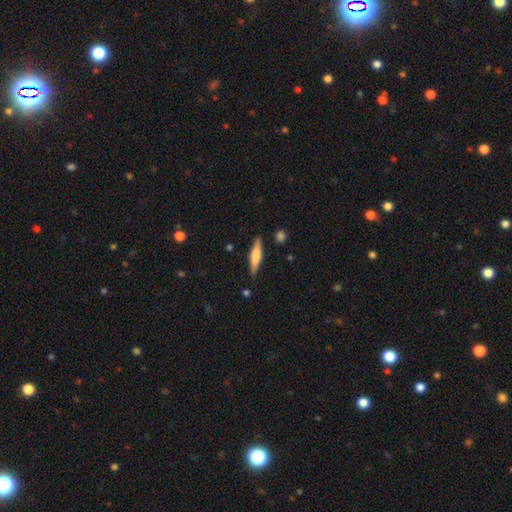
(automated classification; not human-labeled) This is possibly a smooth galaxy (51%). How rounded: likely cigar-shaped (77%). Merging: clearly none (86%).